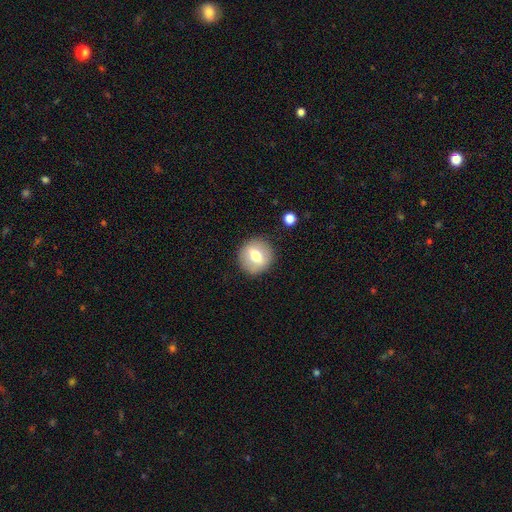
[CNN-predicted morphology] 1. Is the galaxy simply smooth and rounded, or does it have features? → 60% smooth, 32% featured or disk, 8% star or artifact.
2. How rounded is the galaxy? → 88% round, 11% in between, 1% cigar-shaped.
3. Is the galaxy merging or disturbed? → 88% none, 8% minor disturbance, 3% major disturbance, 1% merger.